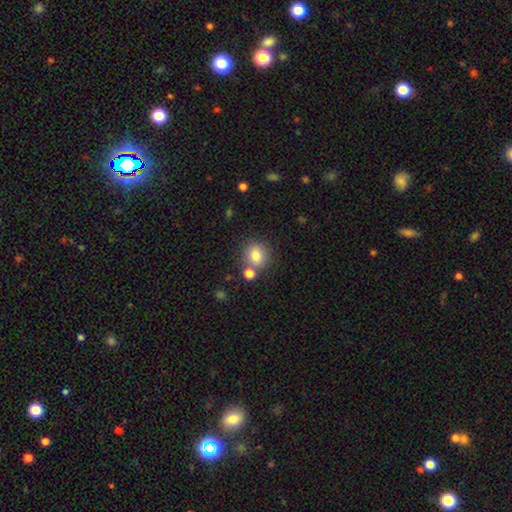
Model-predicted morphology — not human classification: A smooth galaxy with no disk features (80%) that is round (75%).

Vote fractions:
- Smooth or featured? smooth: 80% / star or artifact: 11% / featured or disk: 9%
- How rounded? round: 75% / in between: 24% / cigar-shaped: 1%
- Merging? none: 65% / merger: 20% / minor disturbance: 11% / major disturbance: 4%